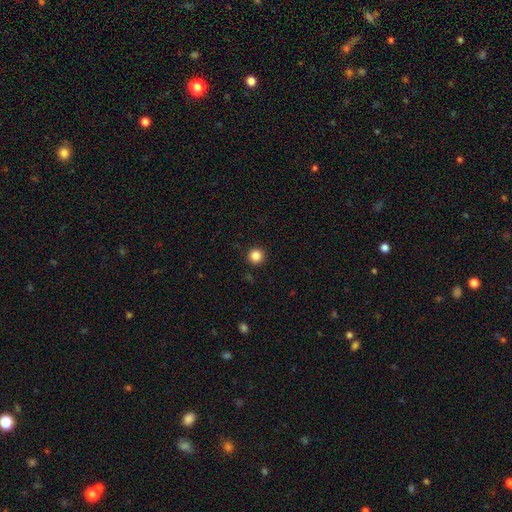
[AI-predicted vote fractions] smooth 85%, star or artifact 11%, featured or disk 4%. Down the decision tree: how rounded — round (96%); merging — none (93%).